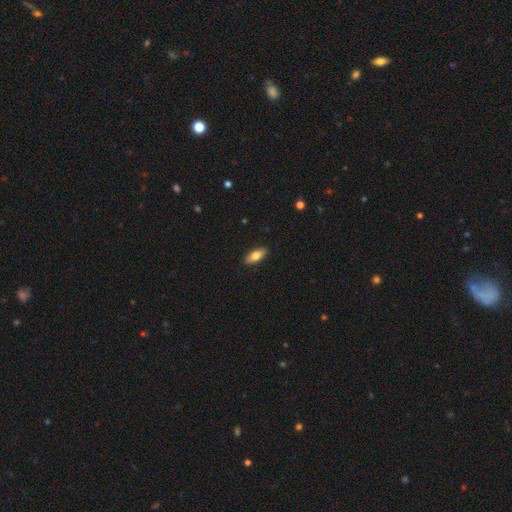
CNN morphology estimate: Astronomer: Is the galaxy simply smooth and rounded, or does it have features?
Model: smooth — 76%.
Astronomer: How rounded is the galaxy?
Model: in between — 76%.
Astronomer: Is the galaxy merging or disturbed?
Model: none — 89%.